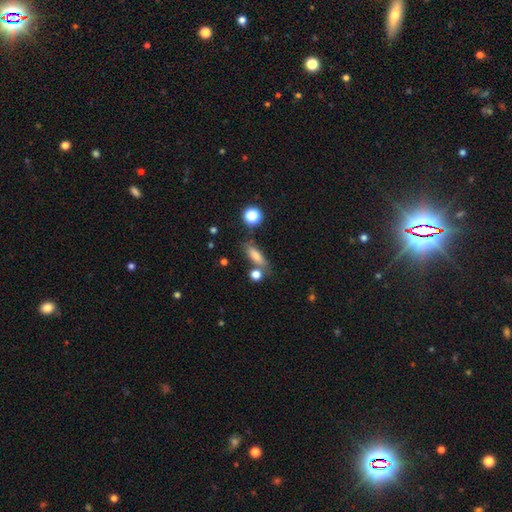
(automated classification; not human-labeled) smooth-or-featured: smooth: 72% | featured or disk: 16% | star or artifact: 12%
  how-rounded: cigar-shaped: 48% | in between: 46% | round: 6%
  merging: none: 69% | minor disturbance: 15% | merger: 11% | major disturbance: 5%